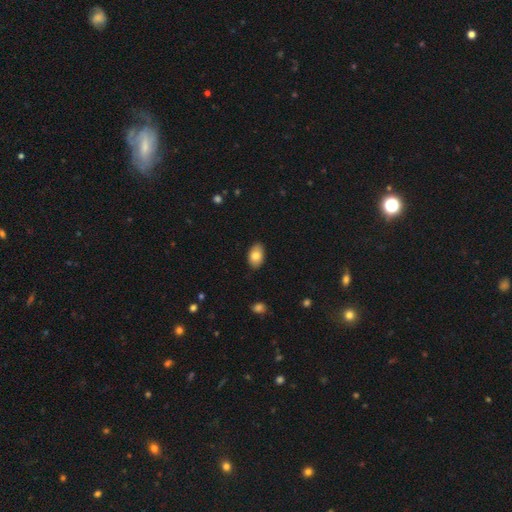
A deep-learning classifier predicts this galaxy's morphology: A smooth galaxy with no disk features (82%) that is in between round and cigar-shaped (91%).

Vote fractions:
- Smooth or featured? smooth: 82% / featured or disk: 11% / star or artifact: 7%
- How rounded? in between: 91% / round: 8% / cigar-shaped: 1%
- Merging? none: 86% / minor disturbance: 11% / major disturbance: 2% / merger: 1%